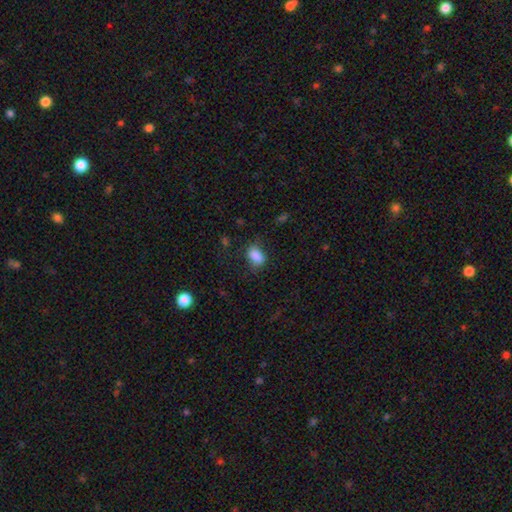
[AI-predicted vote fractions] Smooth or featured? smooth (85%)
How rounded? in between (82%)
Merging? none (64%)